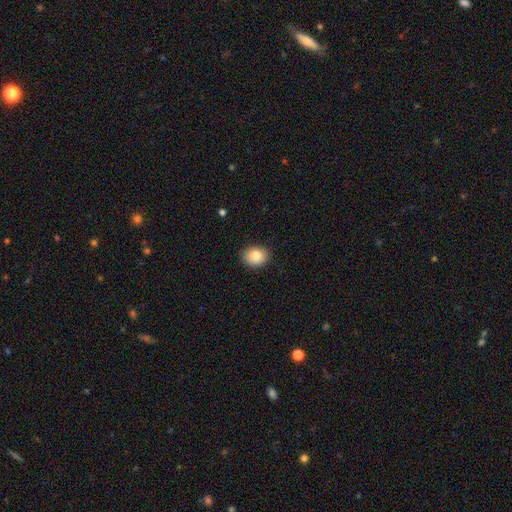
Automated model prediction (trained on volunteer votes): This is clearly a smooth galaxy (84%). How rounded: possibly in between (55%). Merging: clearly none (88%).